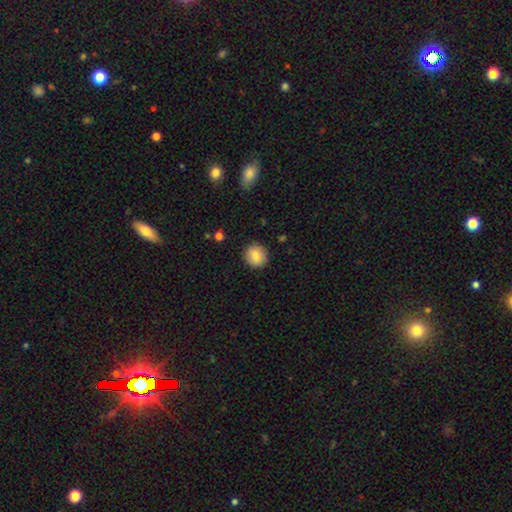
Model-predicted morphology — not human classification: type=smooth (82%); roundness=round (86%); merging=none (90%).